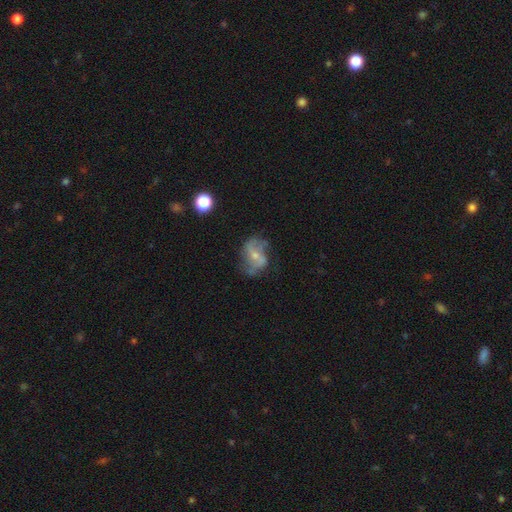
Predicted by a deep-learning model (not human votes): This appears to be a featured or disk galaxy (68%) with no bar (45%), 2 (79%) loose (60%) spiral arms (78%) and a small central bulge (59%). Merging: none (54%).